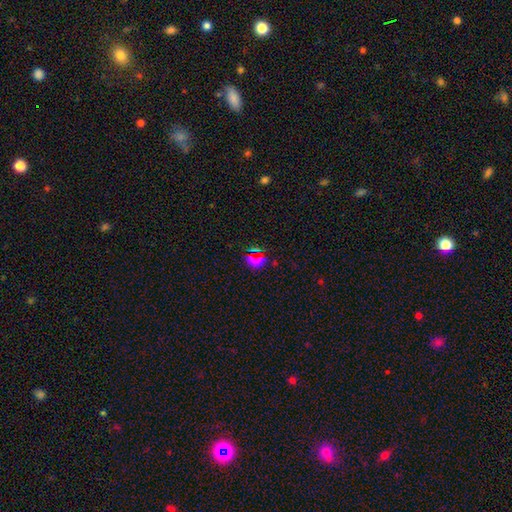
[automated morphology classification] This appears to be a smooth galaxy with no disk features (61%) that is round (78%). Merging: none (84%).